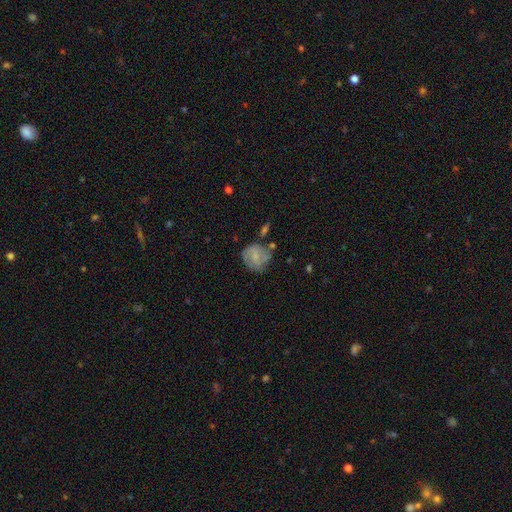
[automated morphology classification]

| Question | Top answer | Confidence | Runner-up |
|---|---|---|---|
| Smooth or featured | smooth | 54% | featured or disk (37%) |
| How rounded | round | 77% | in between (21%) |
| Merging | none | 58% | minor disturbance (24%) |